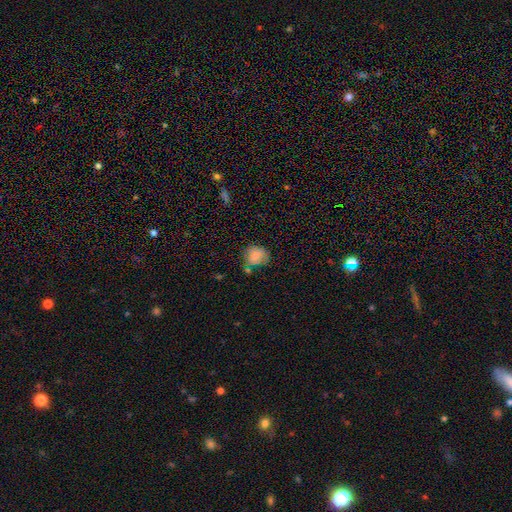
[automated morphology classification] Smooth or featured? Predicted: smooth (p=0.78). How rounded? Predicted: round (p=0.71). Merging? Predicted: none (p=0.59).